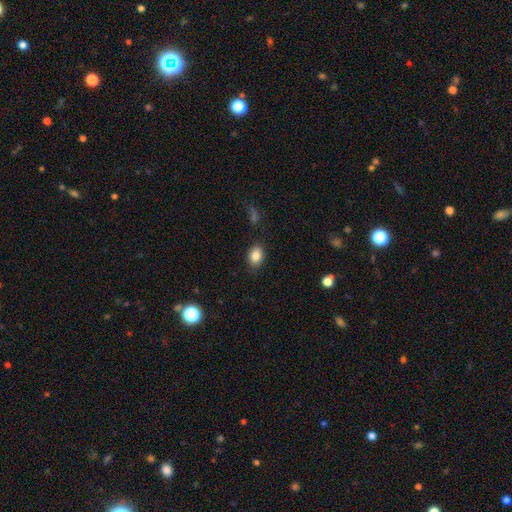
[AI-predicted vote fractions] Q: Smooth or featured?
A: smooth (85%); runner-up: star or artifact (9%)
Q: How rounded?
A: in between (69%); runner-up: round (30%)
Q: Merging?
A: none (84%); runner-up: minor disturbance (11%)